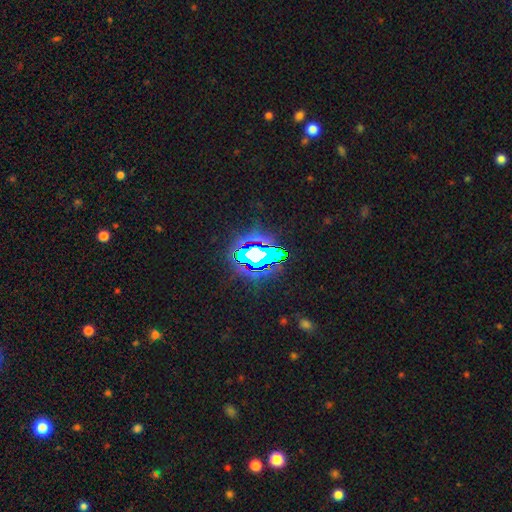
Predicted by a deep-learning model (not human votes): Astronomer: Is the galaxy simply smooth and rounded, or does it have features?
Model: star or artifact — 69%.